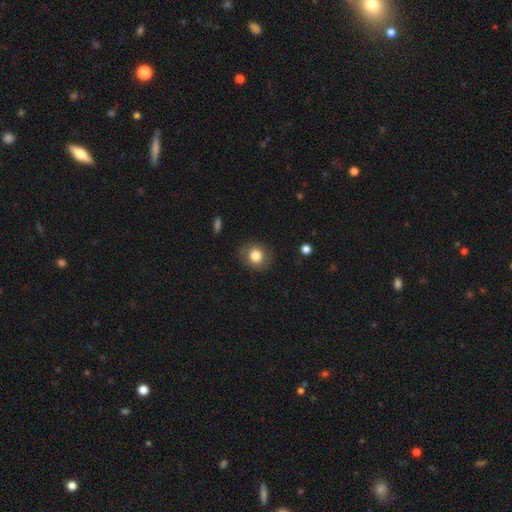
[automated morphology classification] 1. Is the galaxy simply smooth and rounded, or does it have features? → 82% smooth, 9% star or artifact, 9% featured or disk.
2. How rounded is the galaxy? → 81% round, 18% in between, 1% cigar-shaped.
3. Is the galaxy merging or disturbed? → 84% none, 11% minor disturbance, 4% major disturbance, 1% merger.